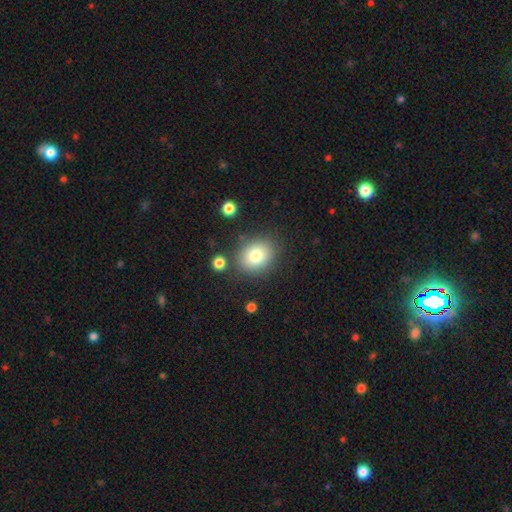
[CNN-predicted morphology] A smooth galaxy with no disk features (79%) that is round (59%).

Vote fractions:
- Smooth or featured? smooth: 79% / star or artifact: 11% / featured or disk: 10%
- How rounded? round: 59% / in between: 40% / cigar-shaped: 1%
- Merging? none: 82% / minor disturbance: 10% / merger: 5% / major disturbance: 4%